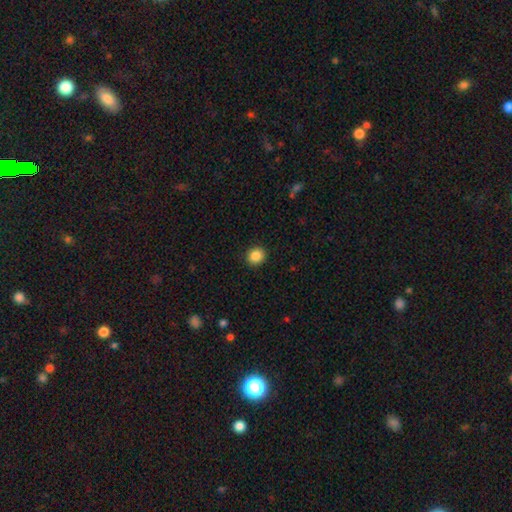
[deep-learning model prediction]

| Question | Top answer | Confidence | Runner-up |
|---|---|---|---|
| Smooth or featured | smooth | 87% | star or artifact (10%) |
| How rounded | round | 85% | in between (14%) |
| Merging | none | 92% | minor disturbance (5%) |